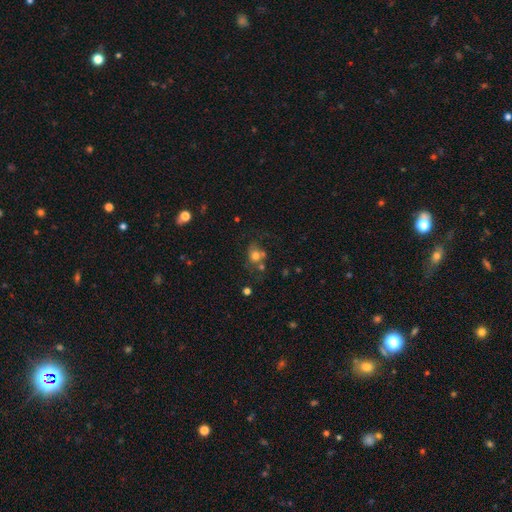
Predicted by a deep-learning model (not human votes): smooth_or_featured: smooth (p=0.67) [alt: featured or disk p=0.18]
how_rounded: round (p=0.69) [alt: in between p=0.30]
merging: none (p=0.45) [alt: merger p=0.24]